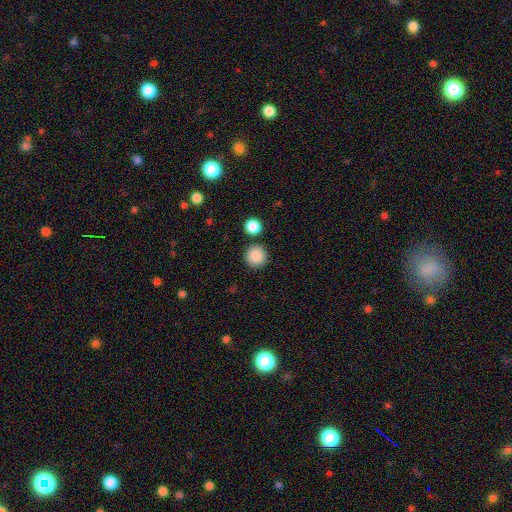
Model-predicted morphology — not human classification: This appears to be a smooth galaxy with no disk features (87%) that is round (95%). Merging: none (87%).